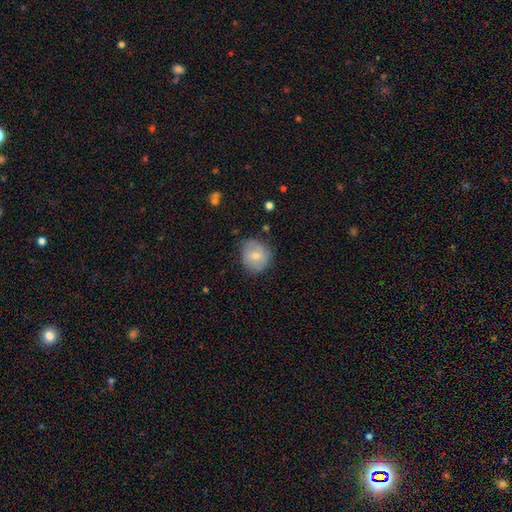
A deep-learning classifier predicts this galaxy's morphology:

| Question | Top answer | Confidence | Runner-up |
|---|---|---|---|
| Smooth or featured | smooth | 65% | featured or disk (28%) |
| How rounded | round | 82% | in between (17%) |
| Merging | none | 72% | minor disturbance (21%) |